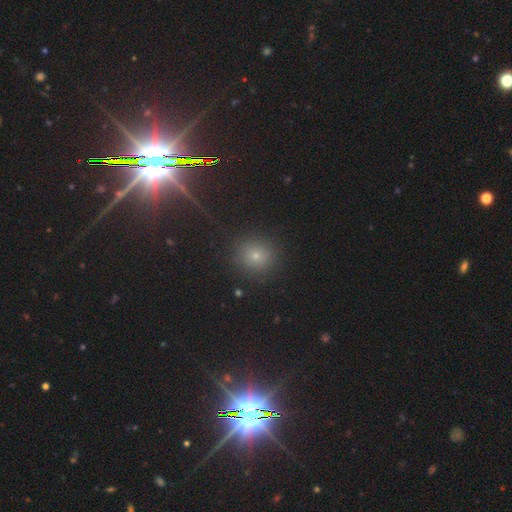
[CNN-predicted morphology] type=smooth (67%); roundness=round (92%); merging=none (90%).